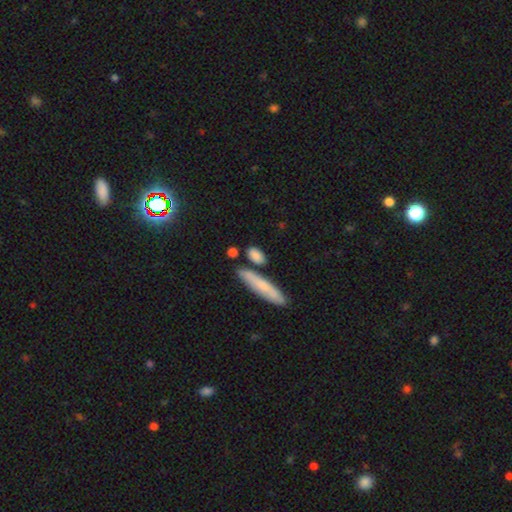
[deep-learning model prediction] Smooth or featured? Predicted: smooth (p=0.82). How rounded? Predicted: in between (p=0.60). Merging? Predicted: none (p=0.70).